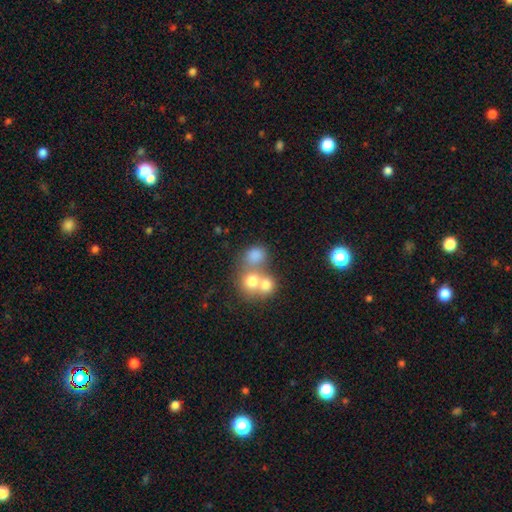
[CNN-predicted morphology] This appears to be a smooth galaxy with no disk features (73%) that is round (67%). Merging: merger (52%).